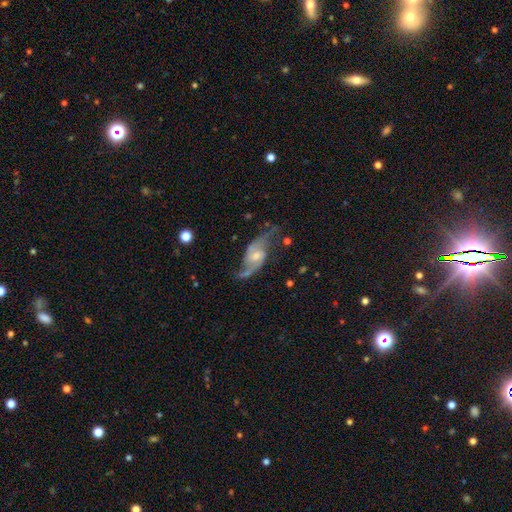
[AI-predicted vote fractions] This is clearly a featured or disk galaxy (87%). It is clearly not viewed edge-on (96%). Bar: possibly weak (48%). Spiral arm pattern: clearly yes (96%). Spiral arm count: clearly 2 (92%). Spiral winding: likely loose (65%). Central bulge: possibly moderate (47%). Merging: likely none (64%).